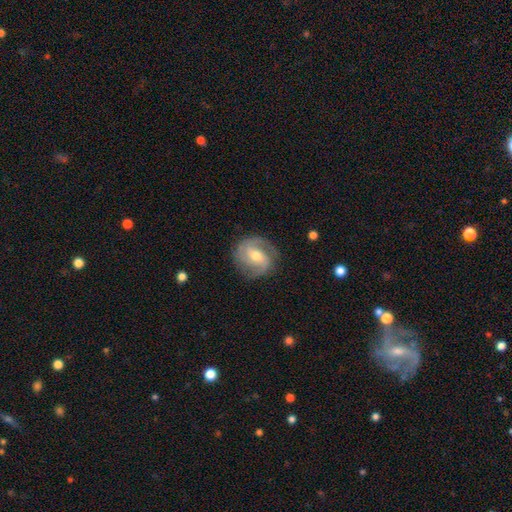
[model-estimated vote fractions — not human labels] Smooth or featured? featured or disk (83%)
Edge-on disk? no (97%)
Bar? weak (45%)
Spiral arms? yes (96%)
Spiral winding? medium (47%)
Spiral arm count? 2 (50%)
Bulge size? moderate (62%)
Merging? none (80%)